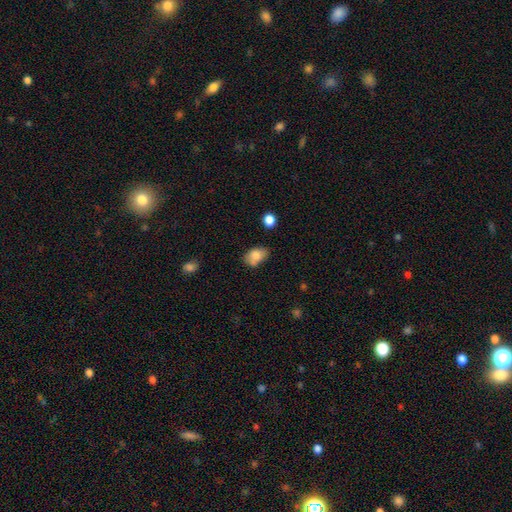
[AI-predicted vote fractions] This appears to be a smooth galaxy with no disk features (79%) that is in between round and cigar-shaped (83%). Merging: none (56%).